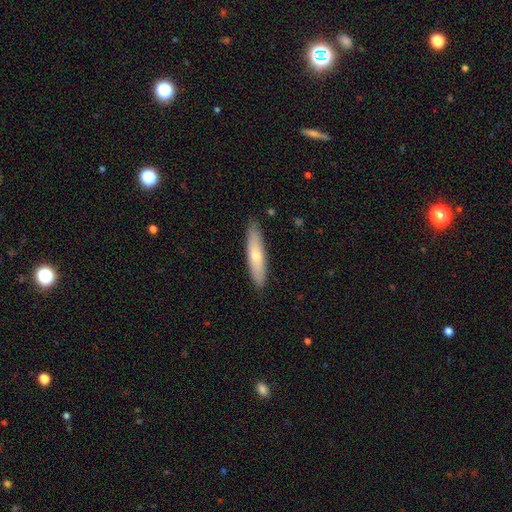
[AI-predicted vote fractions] Smooth or featured: smooth — 60% (featured or disk — 34%)
How rounded: cigar-shaped — 79% (in between — 19%)
Merging: none — 88% (minor disturbance — 9%)